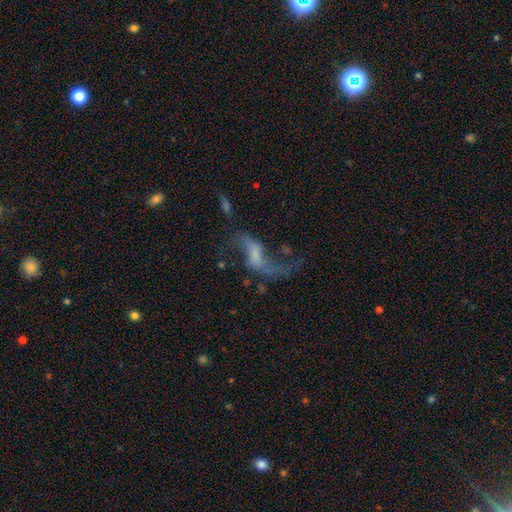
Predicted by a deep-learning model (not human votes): The model was most divided on "bar": weak: 41%, no: 39%, strong: 20%. Remaining: edge-on disk — no (93%); spiral winding — loose (92%); spiral arms — yes (87%); spiral arm count — 2 (86%); smooth or featured — featured or disk (79%); merging — none (48%); bulge size — none (37%).